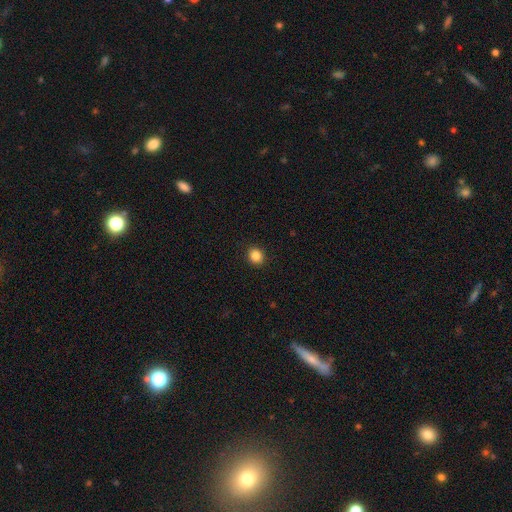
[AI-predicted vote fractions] This appears to be a smooth galaxy with no disk features (86%) that is round (76%). Merging: none (91%).